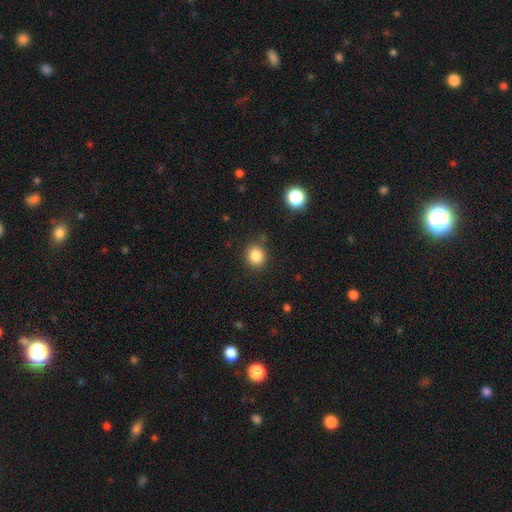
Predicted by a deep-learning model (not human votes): This appears to be a smooth galaxy with no disk features (84%) that is round (84%). Merging: none (85%).